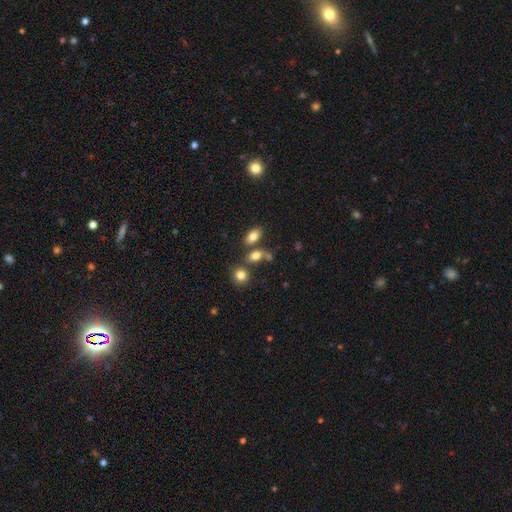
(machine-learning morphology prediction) smooth_or_featured: smooth (p=0.79) [alt: star or artifact p=0.11]
how_rounded: in between (p=0.76) [alt: round p=0.20]
merging: none (p=0.60) [alt: merger p=0.23]